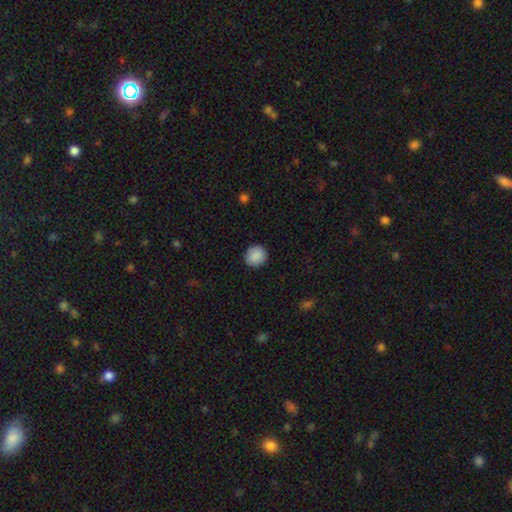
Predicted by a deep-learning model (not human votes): This is clearly a smooth galaxy (89%). How rounded: clearly round (90%). Merging: clearly none (91%).